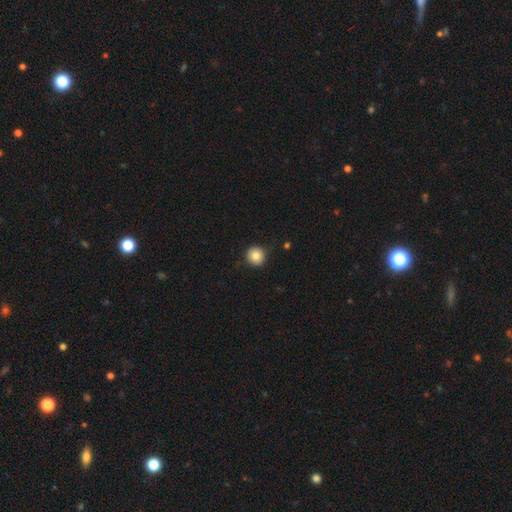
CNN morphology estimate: The model was most divided on "smooth or featured": smooth: 83%, star or artifact: 10%, featured or disk: 7%. More confident: how rounded — round (95%); merging — none (89%).